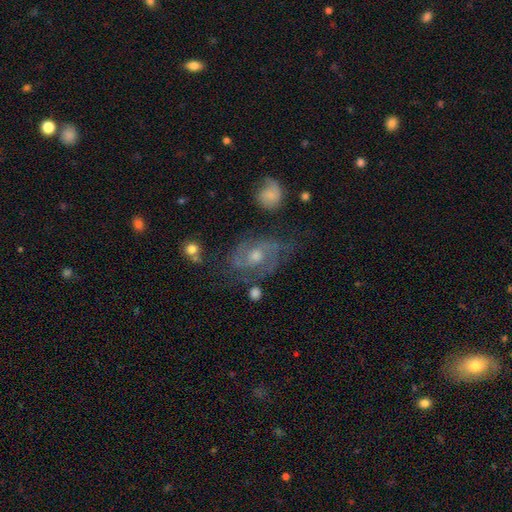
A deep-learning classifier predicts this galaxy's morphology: The model was most divided on "spiral winding": medium: 47%, tight: 37%, loose: 16%. More confident: edge-on disk — no (96%); spiral arms — yes (92%); smooth or featured — featured or disk (78%); bulge size — moderate (65%); spiral arm count — 2 (63%); bar — no (62%); merging — none (60%).